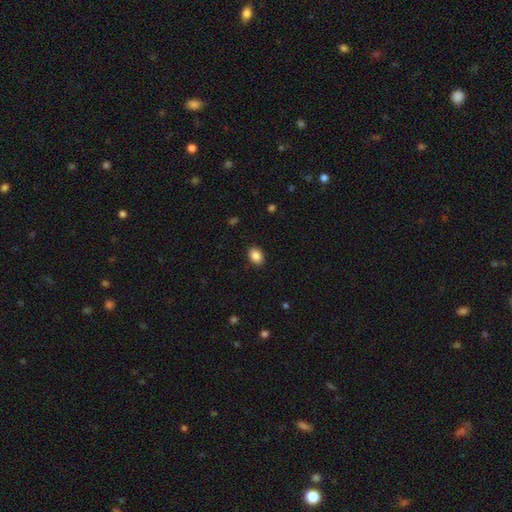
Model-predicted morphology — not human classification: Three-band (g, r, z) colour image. It shows a smooth galaxy with no disk features (87%) that is in between round and cigar-shaped (71%). Merging: none (90%).